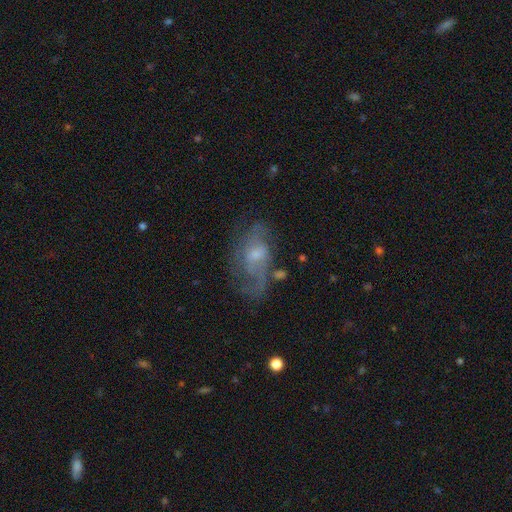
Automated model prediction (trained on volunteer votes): Q: Smooth or featured?
A: featured or disk (69%); runner-up: smooth (21%)
Q: Edge-on disk?
A: no (95%); runner-up: yes (5%)
Q: Bar?
A: no (53%); runner-up: weak (40%)
Q: Spiral arms?
A: yes (78%); runner-up: no (22%)
Q: Spiral winding?
A: medium (42%); runner-up: loose (36%)
Q: Spiral arm count?
A: 2 (41%); runner-up: can't tell (31%)
Q: Bulge size?
A: small (49%); runner-up: moderate (37%)
Q: Merging?
A: none (52%); runner-up: major disturbance (23%)